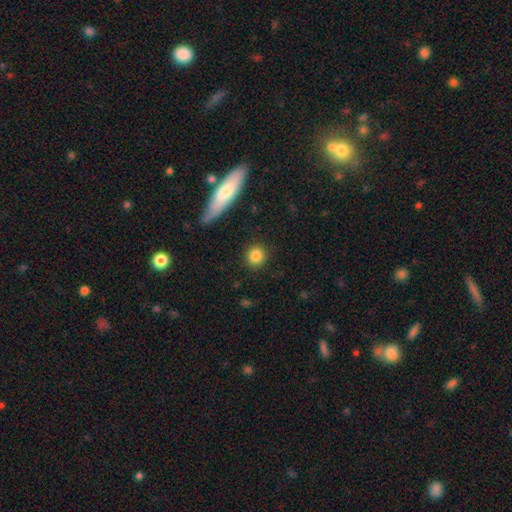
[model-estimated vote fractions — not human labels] smooth 85%, star or artifact 9%, featured or disk 6%. Down the decision tree: how rounded — round (90%); merging — none (89%).